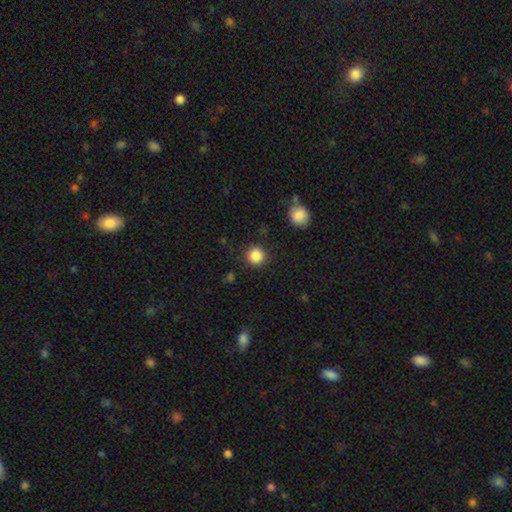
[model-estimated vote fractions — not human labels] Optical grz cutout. It shows a smooth galaxy with no disk features (86%) that is round (94%). Merging: none (89%).